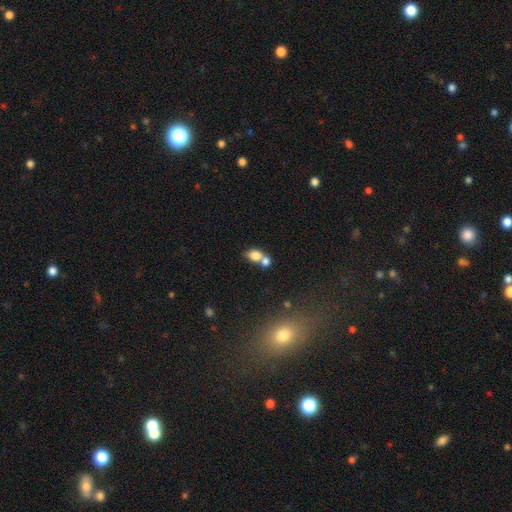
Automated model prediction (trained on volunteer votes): This appears to be a smooth galaxy with no disk features (77%) that is in between round and cigar-shaped (61%). Merging: merger (54%).